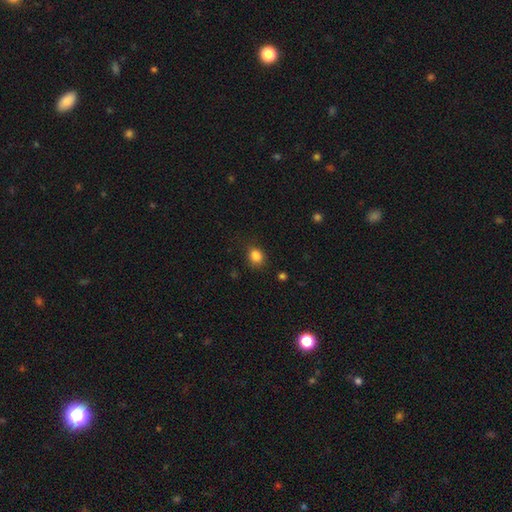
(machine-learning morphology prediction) smooth 85%, star or artifact 11%, featured or disk 4%. Down the decision tree: how rounded — round (62%); merging — none (79%).